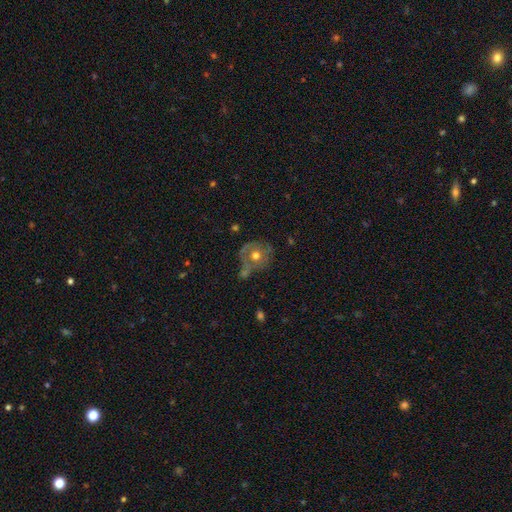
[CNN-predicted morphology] This appears to be a featured or disk galaxy (46%). Merging: none (52%).